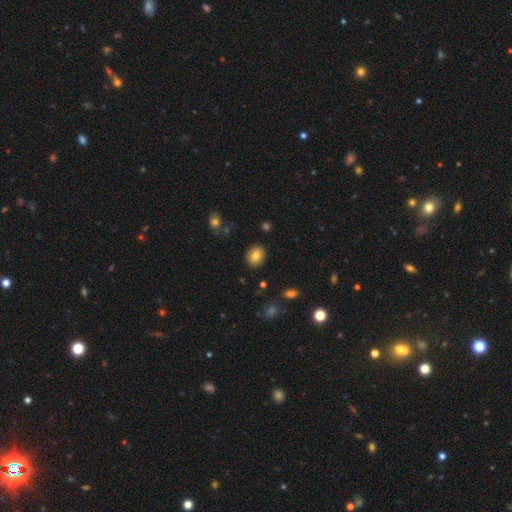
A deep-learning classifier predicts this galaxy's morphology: Smooth or featured: smooth — 81% (featured or disk — 10%)
How rounded: round — 54% (in between — 45%)
Merging: none — 89% (minor disturbance — 7%)